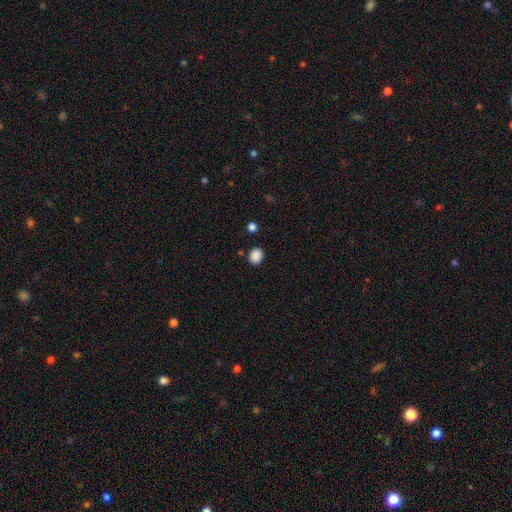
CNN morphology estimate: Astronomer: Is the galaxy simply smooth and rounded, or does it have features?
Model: smooth — 88%.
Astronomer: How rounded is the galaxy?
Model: round — 56% (runner-up: in between, 43%).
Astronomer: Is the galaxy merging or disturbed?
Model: none — 87%.